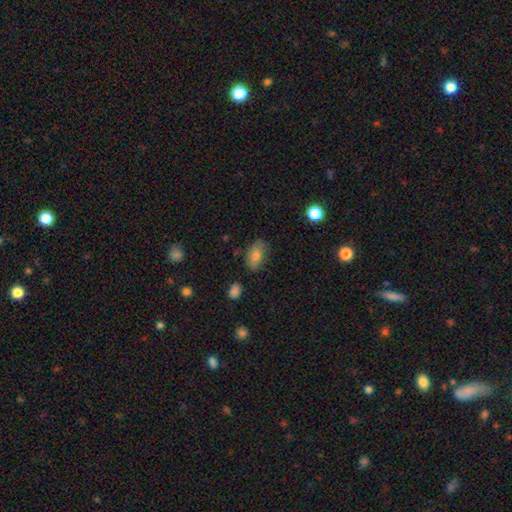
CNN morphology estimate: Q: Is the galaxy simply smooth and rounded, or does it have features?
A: smooth — 77%.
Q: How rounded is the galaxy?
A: in between — 89%.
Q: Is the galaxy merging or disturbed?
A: none — 71%.